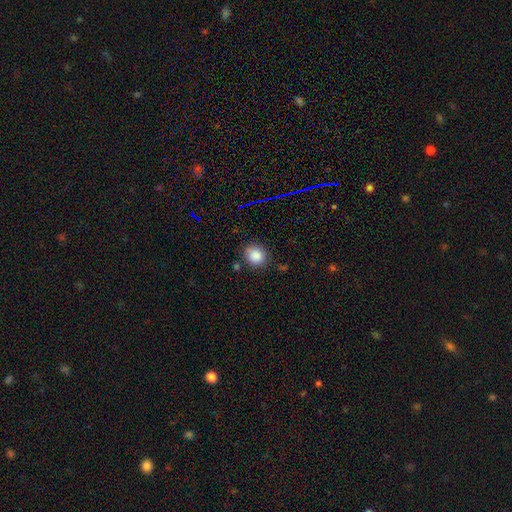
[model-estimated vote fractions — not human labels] Smooth or featured: smooth — 85% (star or artifact — 10%)
How rounded: round — 77% (in between — 21%)
Merging: none — 80% (minor disturbance — 13%)